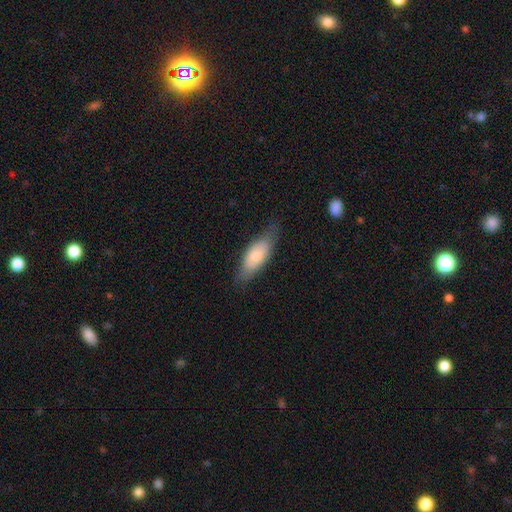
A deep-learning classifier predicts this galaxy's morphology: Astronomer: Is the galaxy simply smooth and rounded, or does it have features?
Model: smooth — 70%.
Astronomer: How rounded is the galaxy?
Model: in between — 75%.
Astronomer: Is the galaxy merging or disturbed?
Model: none — 68%.